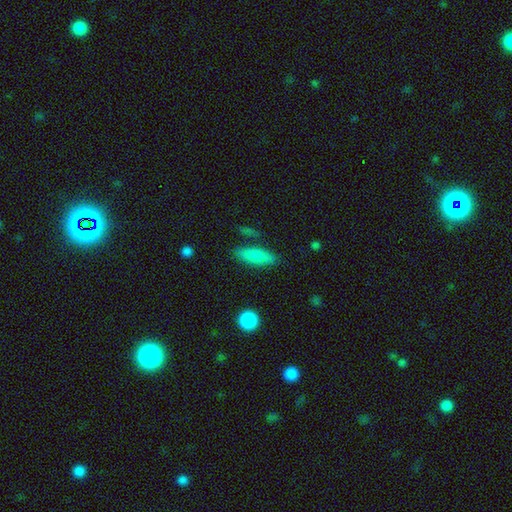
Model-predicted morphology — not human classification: smooth-or-featured: smooth: 82% | featured or disk: 11% | star or artifact: 7%
  how-rounded: in between: 59% | cigar-shaped: 38% | round: 3%
  merging: none: 81% | minor disturbance: 12% | merger: 4% | major disturbance: 3%